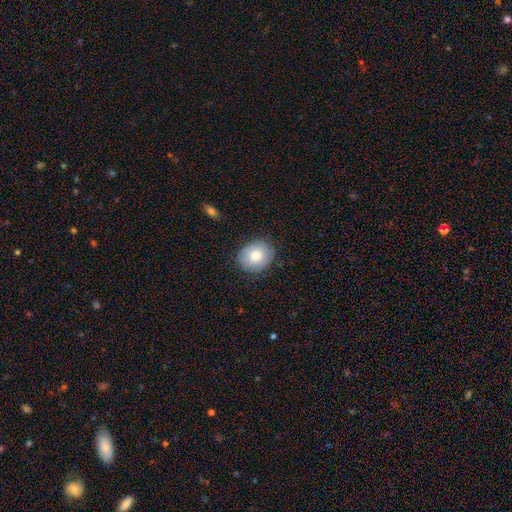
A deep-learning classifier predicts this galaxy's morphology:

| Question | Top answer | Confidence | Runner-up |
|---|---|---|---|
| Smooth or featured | smooth | 77% | featured or disk (15%) |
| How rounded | round | 59% | in between (40%) |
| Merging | none | 83% | minor disturbance (13%) |